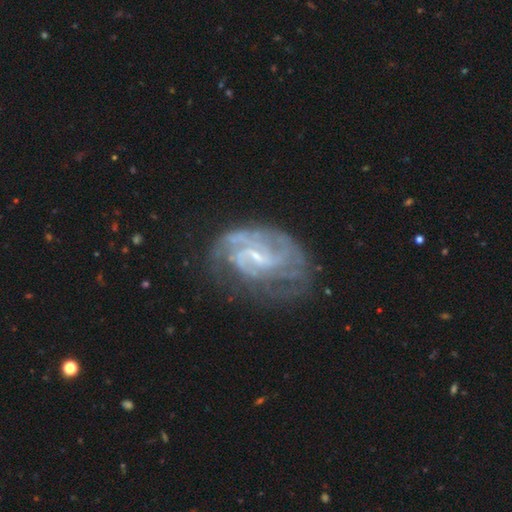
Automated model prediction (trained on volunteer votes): The model was most divided on "spiral arm count": can't tell: 32%, 2: 31%, 3: 17%, 4: 9%, 1: 6%, more than 4: 5%. Remaining: edge-on disk — no (97%); spiral arms — yes (93%); smooth or featured — featured or disk (86%); bulge size — small (72%); merging — none (59%); bar — weak (56%); spiral winding — tight (43%).